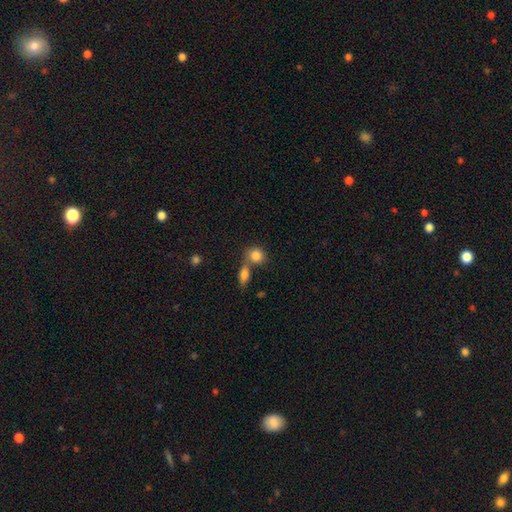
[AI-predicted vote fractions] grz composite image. It shows a smooth galaxy with no disk features (84%) that is round (67%). Merging: none (45%).